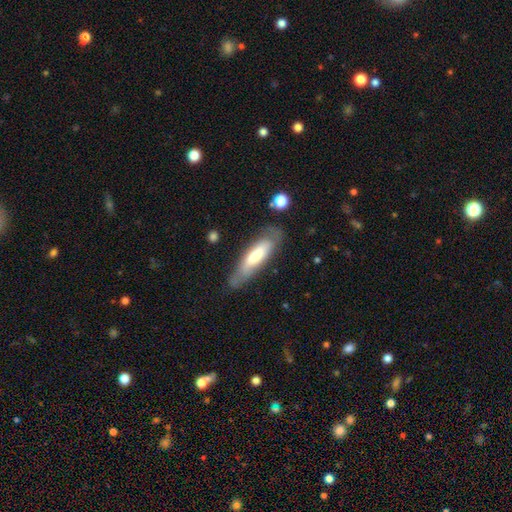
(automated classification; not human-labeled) Smooth or featured: smooth — 62% (featured or disk — 32%)
How rounded: cigar-shaped — 62% (in between — 36%)
Merging: none — 66% (minor disturbance — 22%)